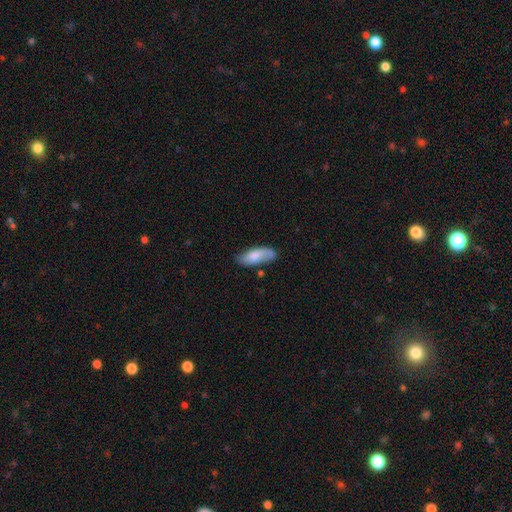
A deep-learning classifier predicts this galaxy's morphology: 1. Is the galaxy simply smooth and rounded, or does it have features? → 72% smooth, 22% featured or disk, 6% star or artifact.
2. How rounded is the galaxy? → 76% in between, 22% cigar-shaped, 2% round.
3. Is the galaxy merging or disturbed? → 64% none, 25% minor disturbance, 7% major disturbance, 4% merger.